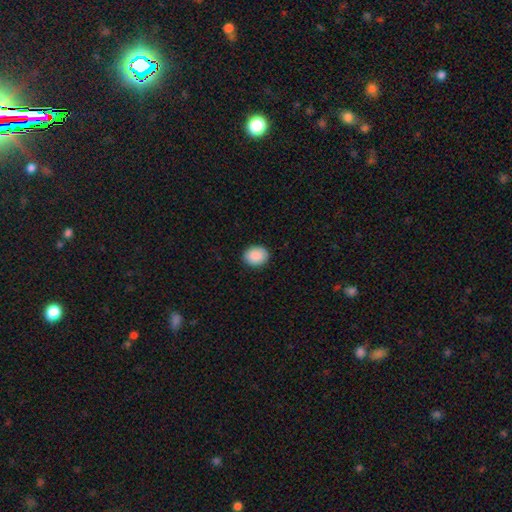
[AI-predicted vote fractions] The model was most divided on "how rounded": round: 51%, in between: 48%, cigar-shaped: 1%. More confident: merging — none (90%); smooth or featured — smooth (89%).